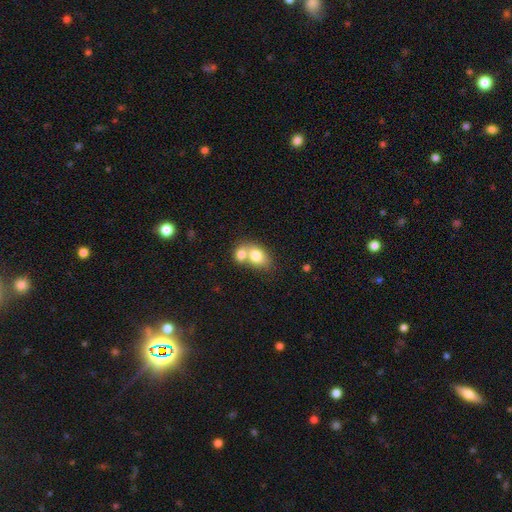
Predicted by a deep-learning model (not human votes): A smooth galaxy with no disk features (76%) that is in between round and cigar-shaped (67%). Merging: merger (66%).